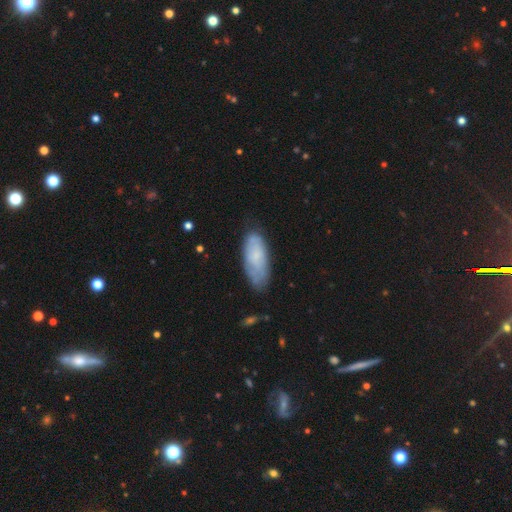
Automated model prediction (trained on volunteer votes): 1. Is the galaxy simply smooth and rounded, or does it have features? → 65% smooth, 28% featured or disk, 7% star or artifact.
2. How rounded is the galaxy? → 80% in between, 18% cigar-shaped, 2% round.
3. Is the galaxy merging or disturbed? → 65% none, 26% minor disturbance, 7% major disturbance, 2% merger.